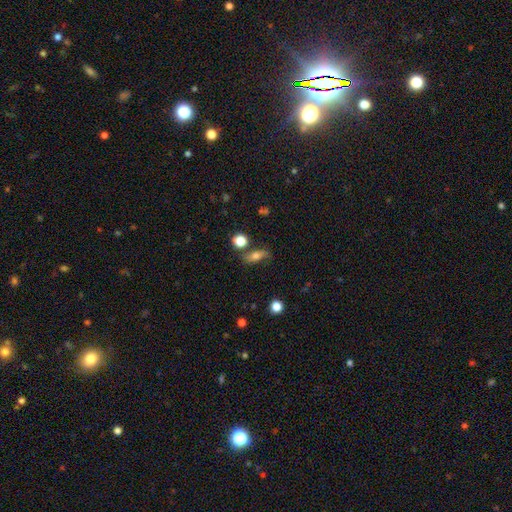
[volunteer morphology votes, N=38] Smooth or featured? 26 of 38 (68%) said smooth. How rounded? 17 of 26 (65%) said in between. Merging? 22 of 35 (63%) said none.